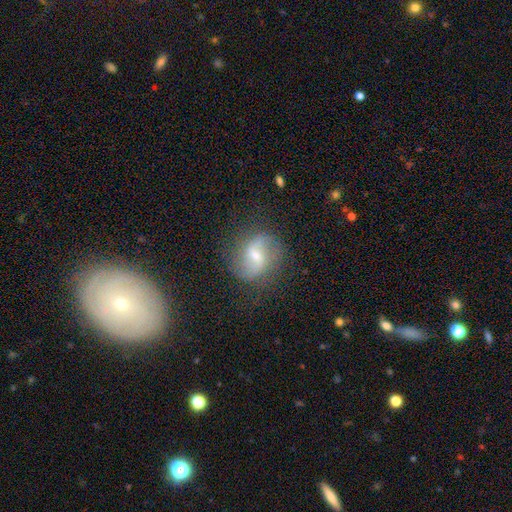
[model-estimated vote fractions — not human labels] This appears to be a featured or disk galaxy (73%) with a weak bar (52%), 2 (89%) loose (61%) spiral arms (91%) and a small central bulge (49%). Merging: none (75%).